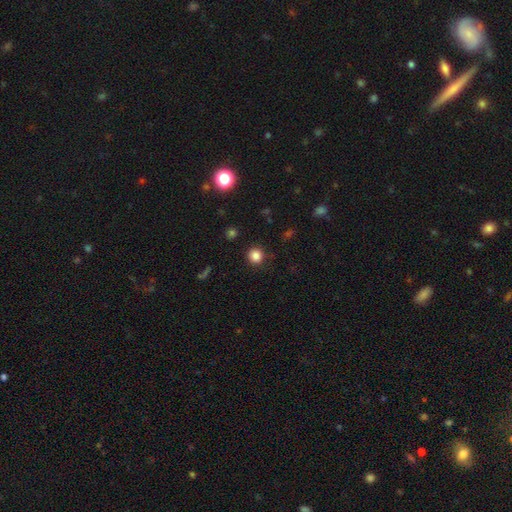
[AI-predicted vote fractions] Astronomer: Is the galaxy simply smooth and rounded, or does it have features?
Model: smooth — 84%.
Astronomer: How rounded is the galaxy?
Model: round — 89%.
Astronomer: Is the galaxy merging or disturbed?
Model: none — 89%.